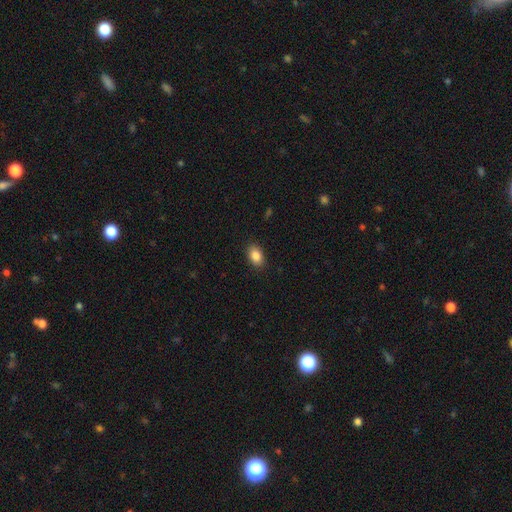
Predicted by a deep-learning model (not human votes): Smooth or featured: smooth — 87% (star or artifact — 8%)
How rounded: in between — 87% (round — 12%)
Merging: none — 88% (minor disturbance — 9%)